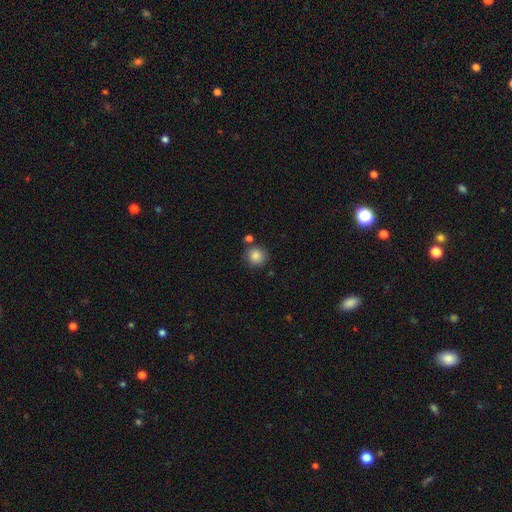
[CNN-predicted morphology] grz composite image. It shows a smooth galaxy with no disk features (86%) that is round (92%). Merging: none (79%).